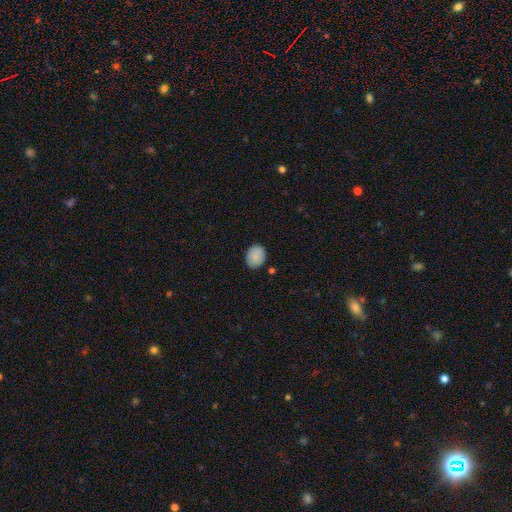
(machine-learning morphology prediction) smooth 88%, star or artifact 7%, featured or disk 5%. Down the decision tree: how rounded — round (53%); merging — none (85%).